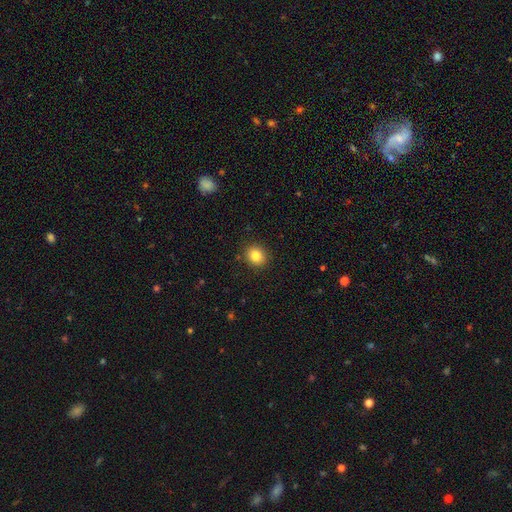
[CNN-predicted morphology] A smooth galaxy with no disk features (83%) that is round (78%). Merging: none (90%).